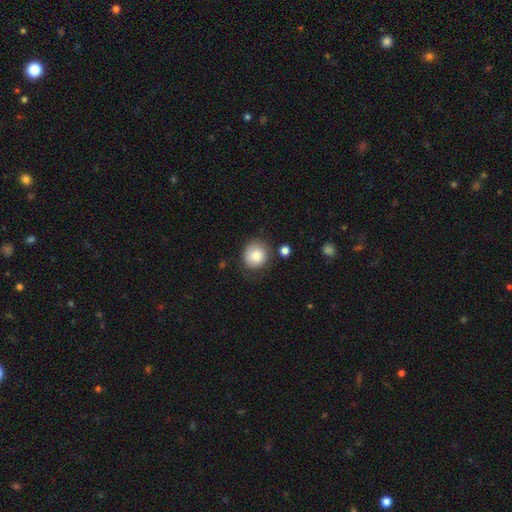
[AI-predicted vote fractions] Smooth or featured? Predicted: smooth (p=0.83). How rounded? Predicted: round (p=0.85). Merging? Predicted: none (p=0.73).